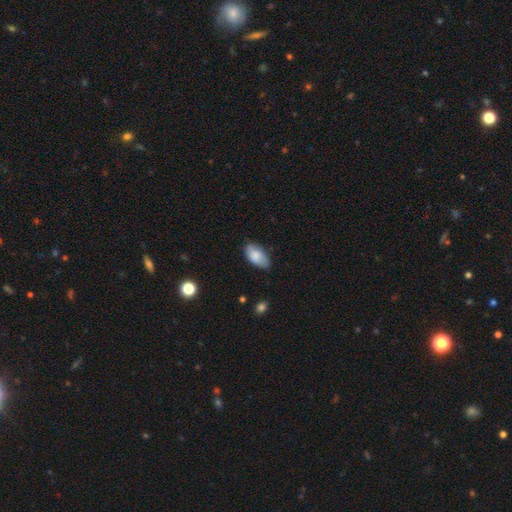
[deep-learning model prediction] smooth 83%, featured or disk 11%, star or artifact 6%. Down the decision tree: how rounded — in between (94%); merging — none (75%).